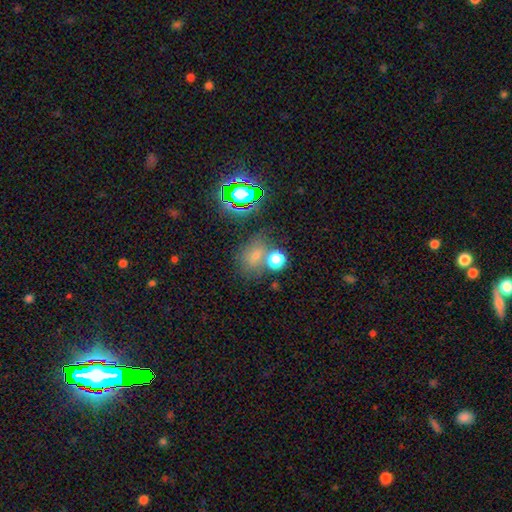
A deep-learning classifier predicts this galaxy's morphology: smooth 50%, star or artifact 39%, featured or disk 12%. Down the decision tree: merging — none (62%).